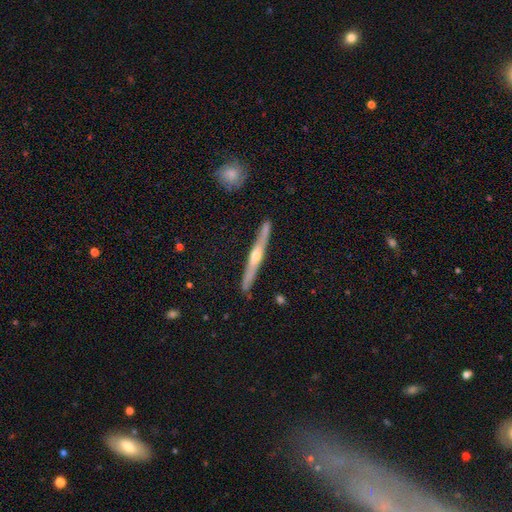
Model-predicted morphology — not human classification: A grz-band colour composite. It shows a featured or disk galaxy (76%) viewed edge-on (97%) with a rounded central bulge (86%). Merging: none (89%).